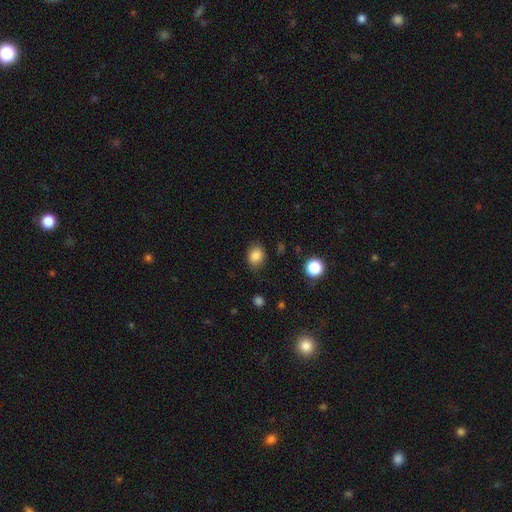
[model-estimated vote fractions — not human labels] Q: Smooth or featured?
A: smooth (85%); runner-up: star or artifact (10%)
Q: How rounded?
A: in between (56%); runner-up: round (43%)
Q: Merging?
A: none (78%); runner-up: minor disturbance (16%)